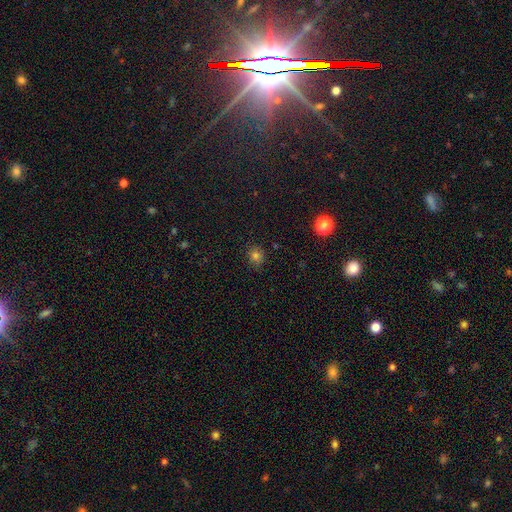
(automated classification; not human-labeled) Overall: smooth (76%). How rounded: round (76%). Merging: none (84%).